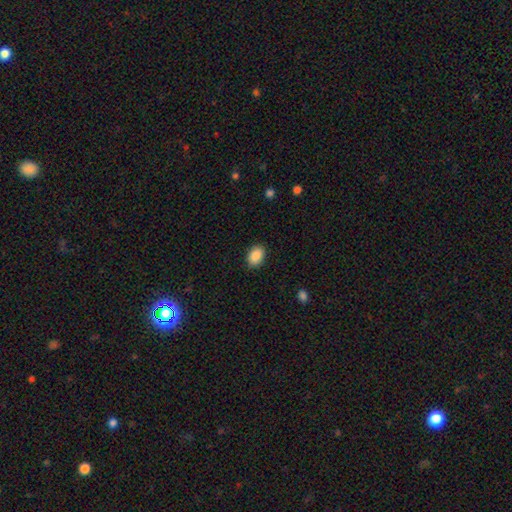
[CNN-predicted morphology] type=smooth (89%); roundness=in between (82%); merging=none (88%).